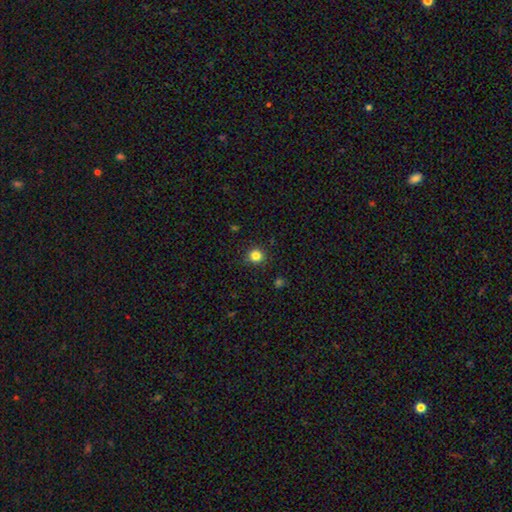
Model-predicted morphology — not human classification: Smooth or featured? smooth (83%)
How rounded? round (93%)
Merging? none (90%)